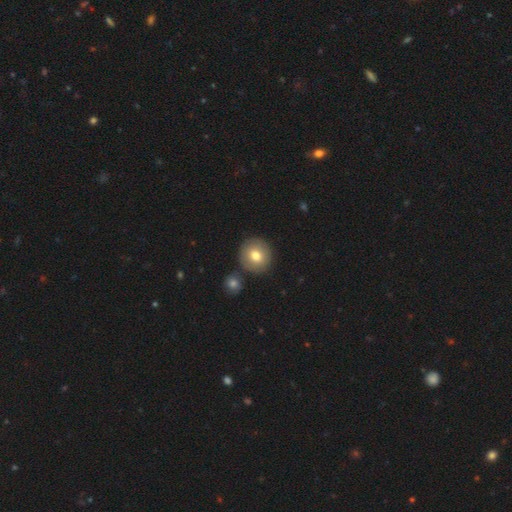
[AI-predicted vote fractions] This is likely a smooth galaxy (77%). How rounded: clearly round (91%). Merging: clearly none (81%).